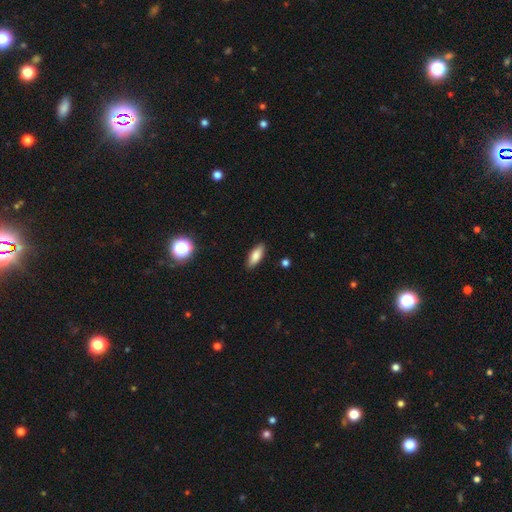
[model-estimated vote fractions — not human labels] This appears to be a smooth galaxy with no disk features (83%) that is in between round and cigar-shaped (73%). Merging: none (88%).